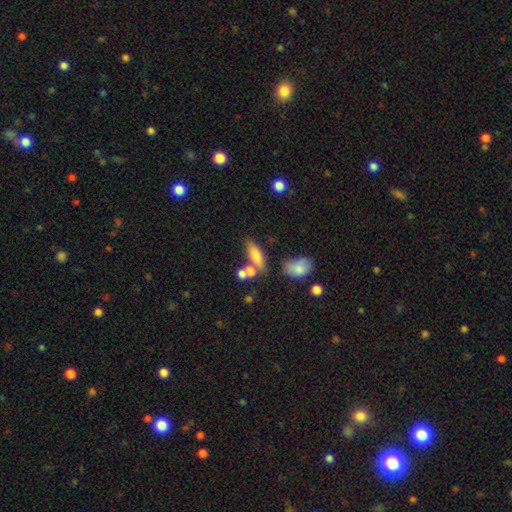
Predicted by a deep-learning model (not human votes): Smooth or featured? smooth (72%)
How rounded? in between (65%)
Merging? none (50%)